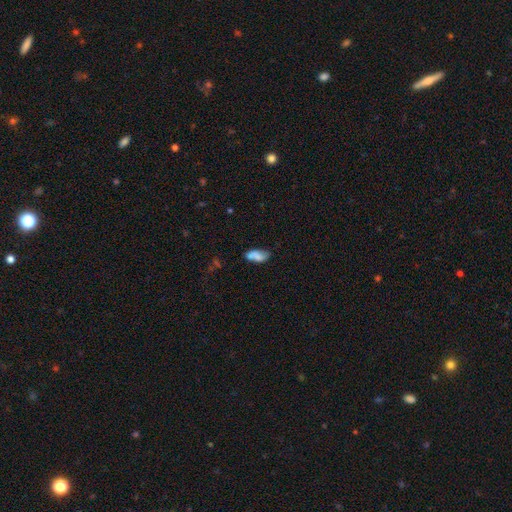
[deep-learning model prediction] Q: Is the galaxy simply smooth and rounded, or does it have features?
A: smooth — 71%.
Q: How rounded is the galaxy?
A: in between — 86%.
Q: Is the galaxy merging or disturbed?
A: none — 60%.